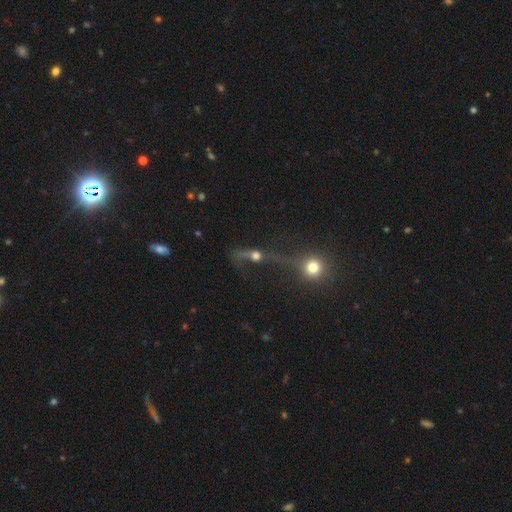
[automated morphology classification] Smooth or featured: featured or disk — 44% (smooth — 32%)
Merging: major disturbance — 37% (none — 30%)